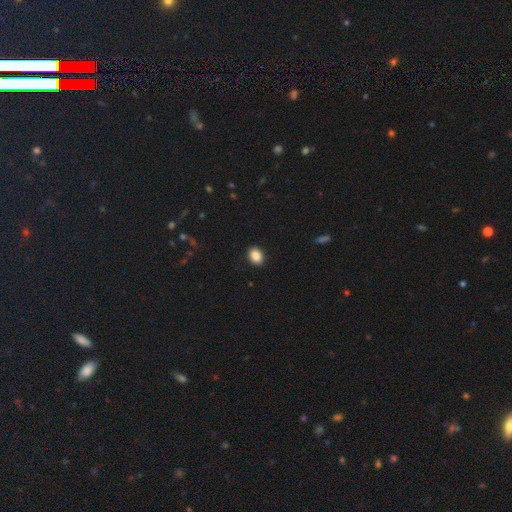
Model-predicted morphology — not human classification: type=smooth (88%); roundness=in between (69%); merging=none (90%).